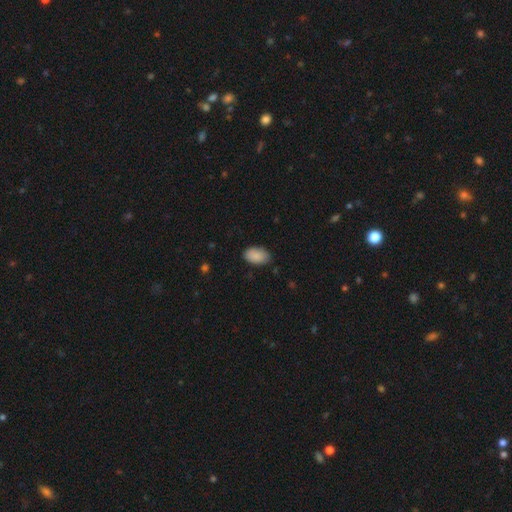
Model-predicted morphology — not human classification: This appears to be a smooth galaxy with no disk features (89%) that is in between round and cigar-shaped (93%). Merging: none (83%).